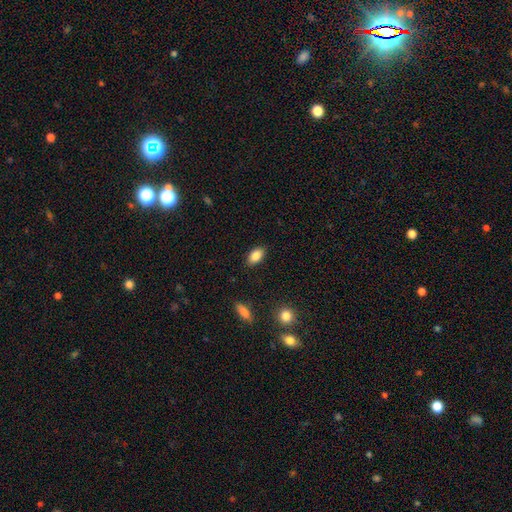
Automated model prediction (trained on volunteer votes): Q: Smooth or featured?
A: smooth (86%); runner-up: star or artifact (8%)
Q: How rounded?
A: in between (91%); runner-up: round (6%)
Q: Merging?
A: none (87%); runner-up: minor disturbance (10%)